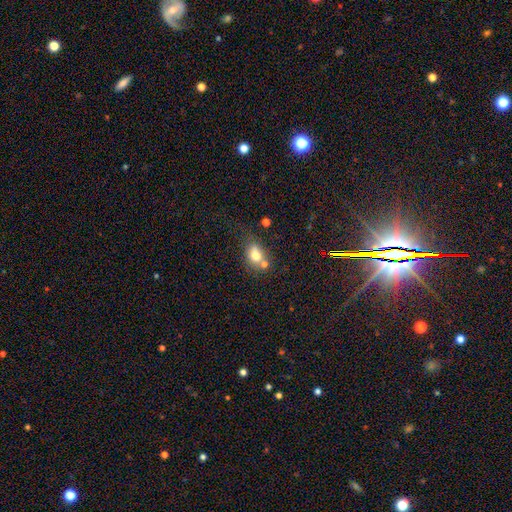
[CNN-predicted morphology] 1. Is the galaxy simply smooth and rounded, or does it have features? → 71% smooth, 17% featured or disk, 12% star or artifact.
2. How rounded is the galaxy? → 58% in between, 40% round, 2% cigar-shaped.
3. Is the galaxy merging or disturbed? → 44% none, 33% merger, 16% minor disturbance, 7% major disturbance.